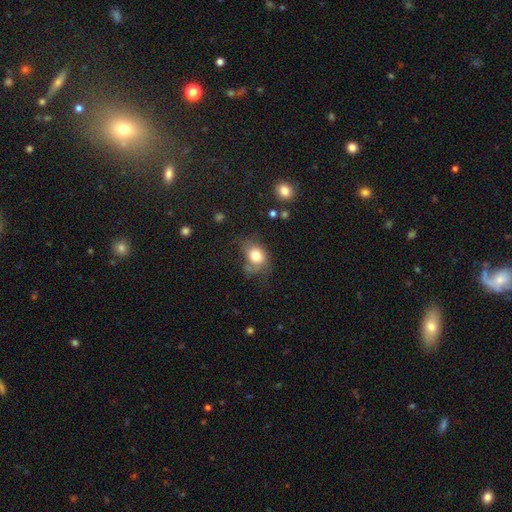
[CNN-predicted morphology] Smooth or featured?
  - smooth: 78% *
  - featured or disk: 12%
  - star or artifact: 10%
How rounded?
  - in between: 52% *
  - round: 47%
  - cigar-shaped: 1%
Merging?
  - none: 47% *
  - minor disturbance: 30%
  - major disturbance: 18%
  - merger: 6%